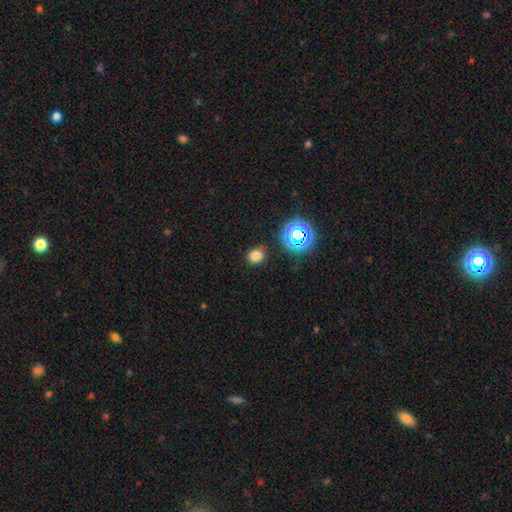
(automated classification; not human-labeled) A smooth galaxy with no disk features (74%) that is round (73%).

Vote fractions:
- Smooth or featured? smooth: 74% / star or artifact: 21% / featured or disk: 5%
- How rounded? round: 73% / in between: 26% / cigar-shaped: 1%
- Merging? none: 85% / minor disturbance: 10% / major disturbance: 3% / merger: 2%